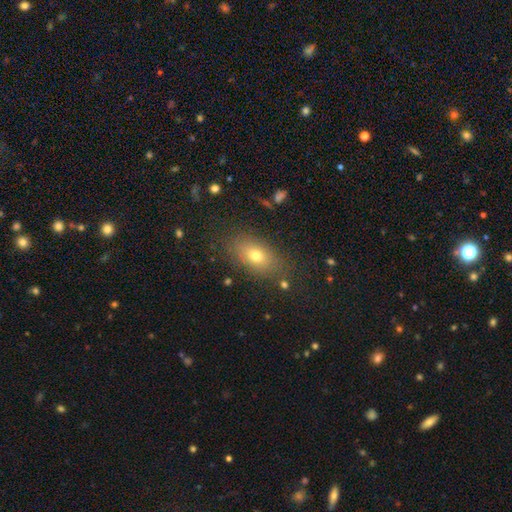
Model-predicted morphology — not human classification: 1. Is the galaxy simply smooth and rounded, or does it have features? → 71% smooth, 17% featured or disk, 12% star or artifact.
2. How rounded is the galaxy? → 83% in between, 13% round, 5% cigar-shaped.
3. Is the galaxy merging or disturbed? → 81% none, 12% minor disturbance, 5% major disturbance, 2% merger.